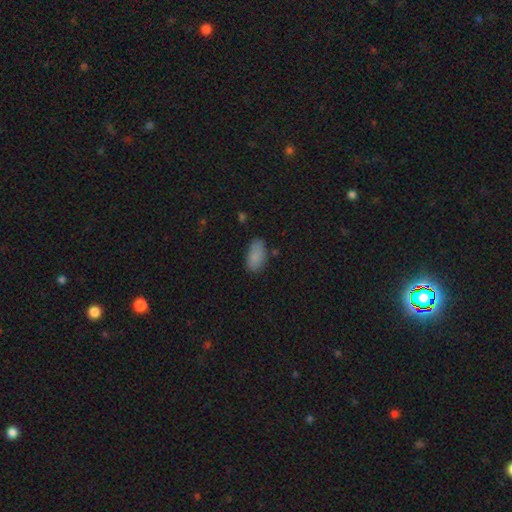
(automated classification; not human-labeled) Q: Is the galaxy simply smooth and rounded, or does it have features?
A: smooth — 85%.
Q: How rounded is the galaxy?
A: in between — 93%.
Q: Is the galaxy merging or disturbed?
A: none — 72%.